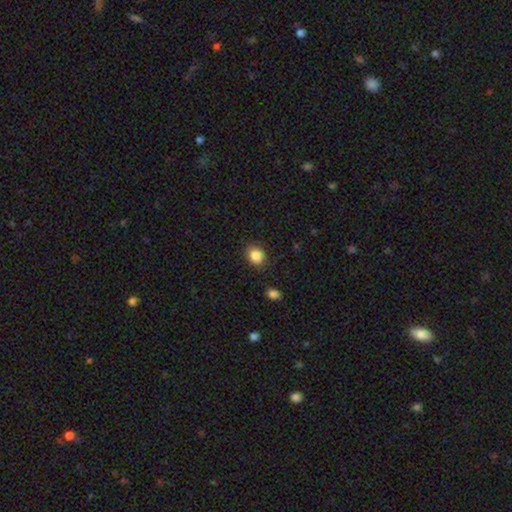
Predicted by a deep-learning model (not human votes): This appears to be a smooth galaxy with no disk features (86%) that is round (66%). Merging: none (86%).